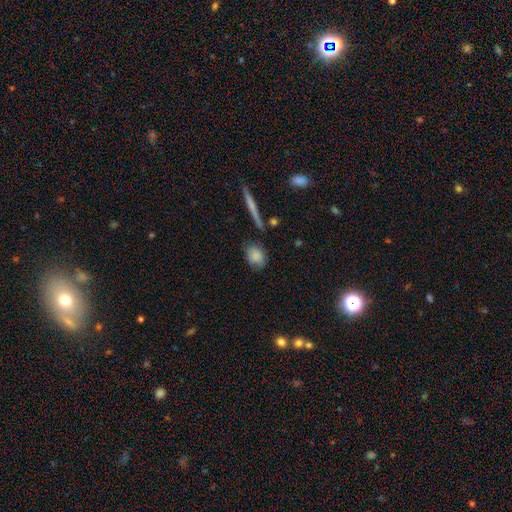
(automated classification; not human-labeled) This is clearly a smooth galaxy (83%). How rounded: possibly in between (53%). Merging: likely none (71%).